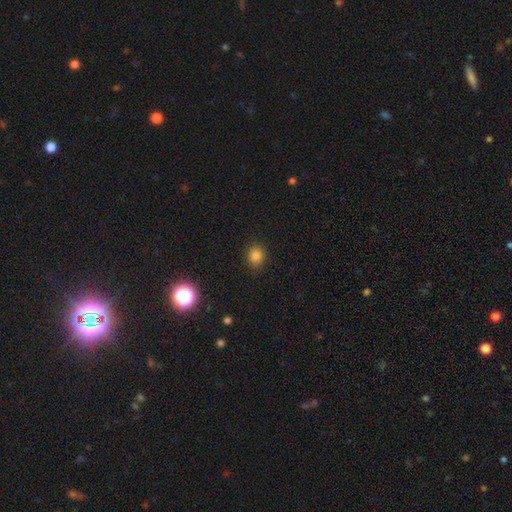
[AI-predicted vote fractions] This is clearly a smooth galaxy (83%). How rounded: likely round (74%). Merging: clearly none (88%).